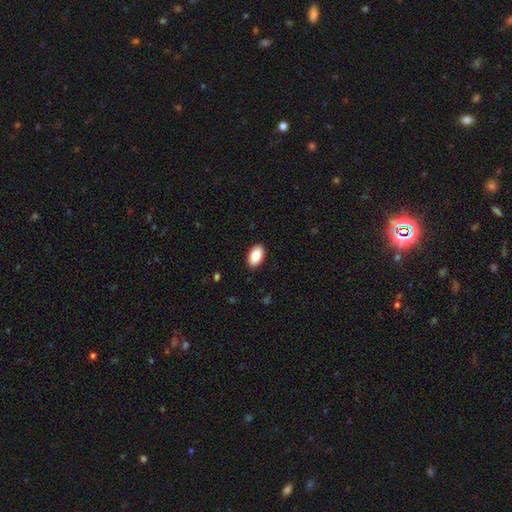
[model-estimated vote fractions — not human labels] This is clearly a smooth galaxy (86%). How rounded: clearly in between (94%). Merging: clearly none (90%).